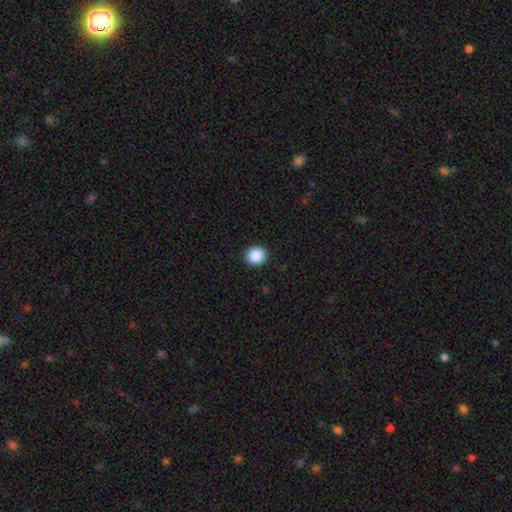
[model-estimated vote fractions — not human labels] Smooth or featured?
  - smooth: 88% *
  - star or artifact: 9%
  - featured or disk: 3%
How rounded?
  - round: 81% *
  - in between: 18%
  - cigar-shaped: 1%
Merging?
  - none: 92% *
  - minor disturbance: 6%
  - major disturbance: 2%
  - merger: 1%